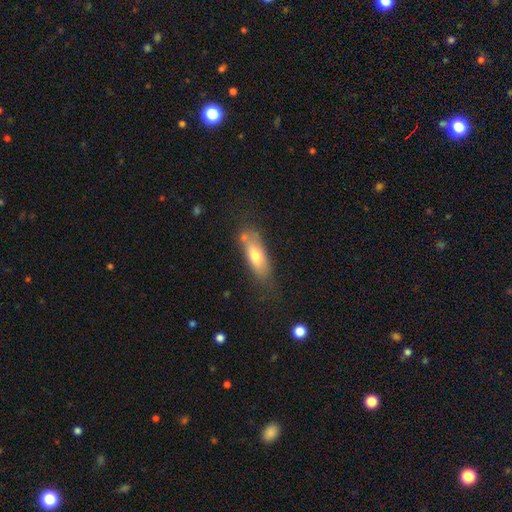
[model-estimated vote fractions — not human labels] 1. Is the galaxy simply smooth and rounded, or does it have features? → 67% smooth, 26% featured or disk, 7% star or artifact.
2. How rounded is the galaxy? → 66% in between, 31% cigar-shaped, 3% round.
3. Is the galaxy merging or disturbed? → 60% none, 23% minor disturbance, 9% merger, 8% major disturbance.